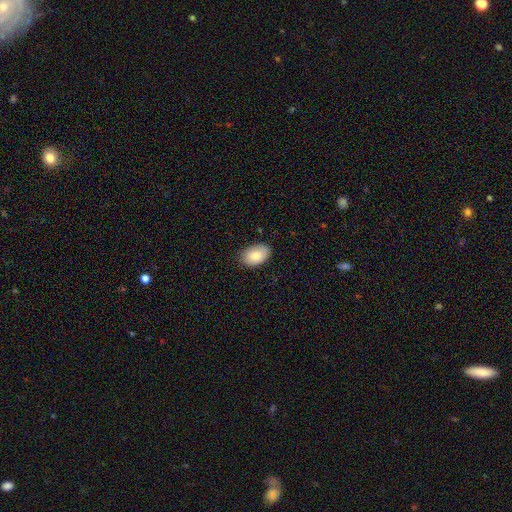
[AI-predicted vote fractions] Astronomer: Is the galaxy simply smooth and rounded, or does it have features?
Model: smooth — 84%.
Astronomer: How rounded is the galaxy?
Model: in between — 91%.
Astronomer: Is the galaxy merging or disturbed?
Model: none — 81%.